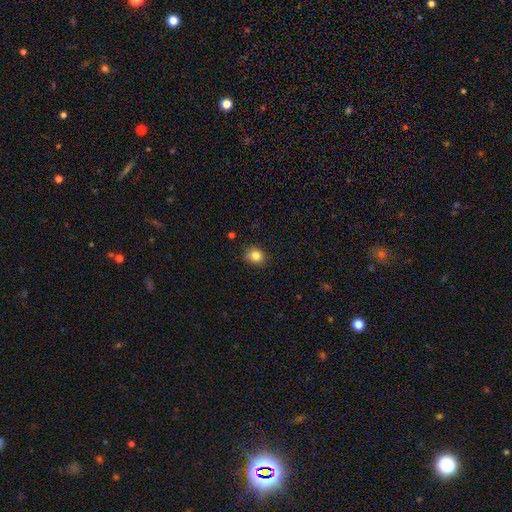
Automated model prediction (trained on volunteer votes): This appears to be a smooth galaxy with no disk features (84%) that is round (65%). Merging: none (77%).